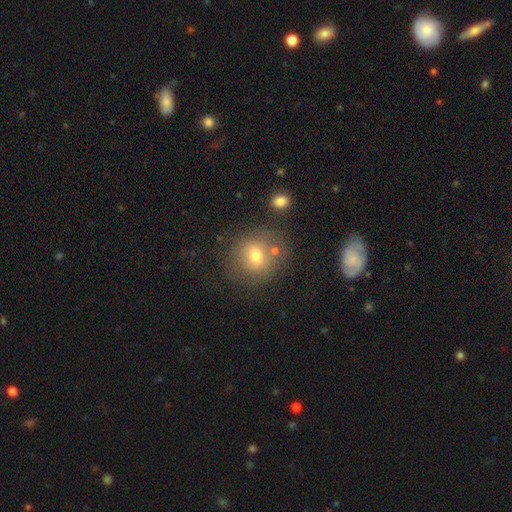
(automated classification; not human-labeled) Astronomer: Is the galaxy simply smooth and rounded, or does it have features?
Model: smooth — 68%.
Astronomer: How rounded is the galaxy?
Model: round — 83%.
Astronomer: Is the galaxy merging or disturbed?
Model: none — 69%.